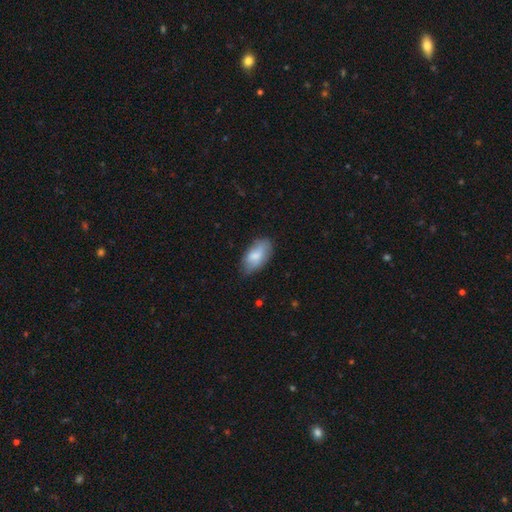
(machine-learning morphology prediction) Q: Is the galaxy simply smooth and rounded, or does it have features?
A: smooth — 77%.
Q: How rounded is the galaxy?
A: in between — 93%.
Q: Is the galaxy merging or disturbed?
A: none — 69%.